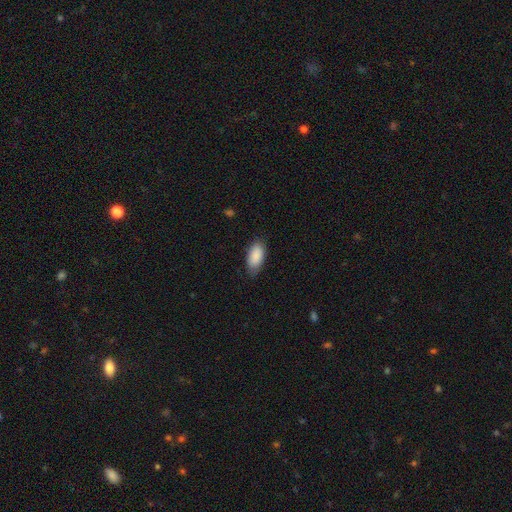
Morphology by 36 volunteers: This is clearly a smooth galaxy (97%). How rounded: clearly in between (97%). Merging: likely none (77%).